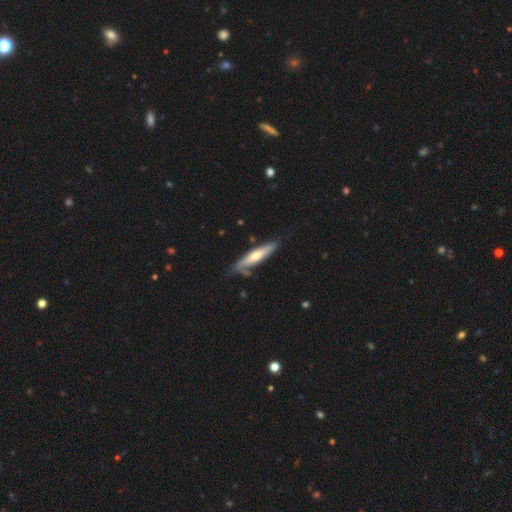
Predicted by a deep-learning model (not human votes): smooth-or-featured: smooth: 49% | featured or disk: 45% | star or artifact: 5%
  merging: none: 68% | minor disturbance: 22% | major disturbance: 5% | merger: 5%